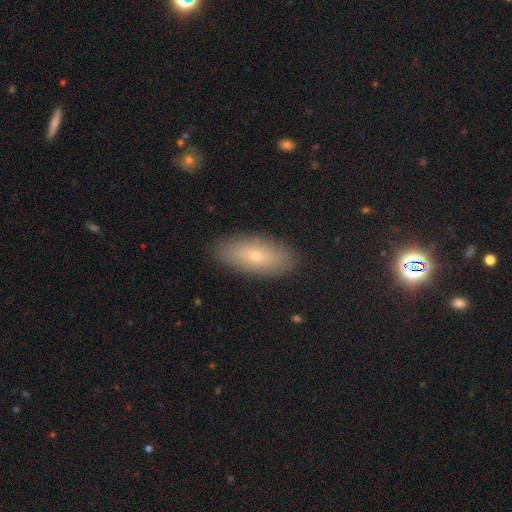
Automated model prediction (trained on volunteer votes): This appears to be a smooth galaxy with no disk features (68%) that is in between round and cigar-shaped (86%). Merging: none (87%).